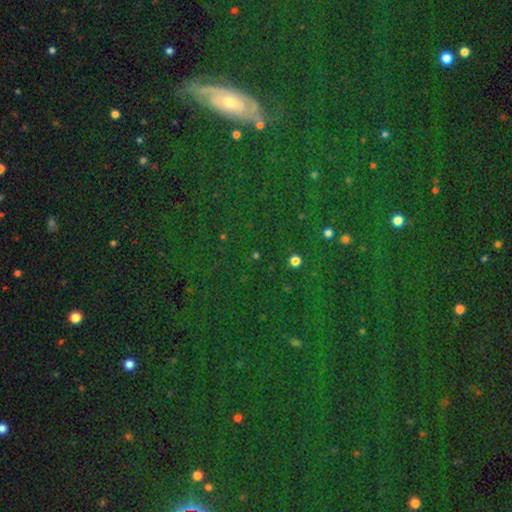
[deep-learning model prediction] star or artifact 70%, smooth 23%, featured or disk 8%.